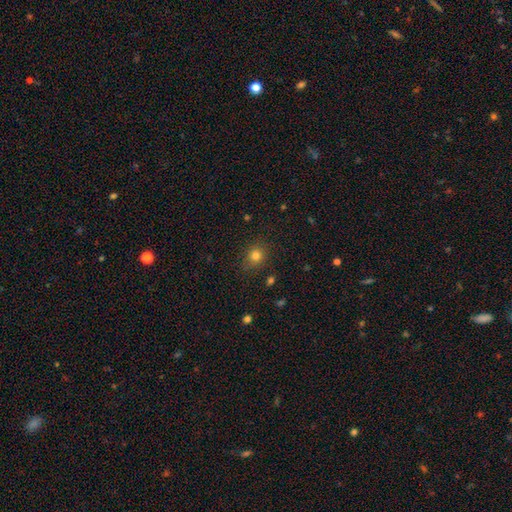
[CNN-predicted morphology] type=smooth (80%); roundness=round (80%); merging=none (84%).